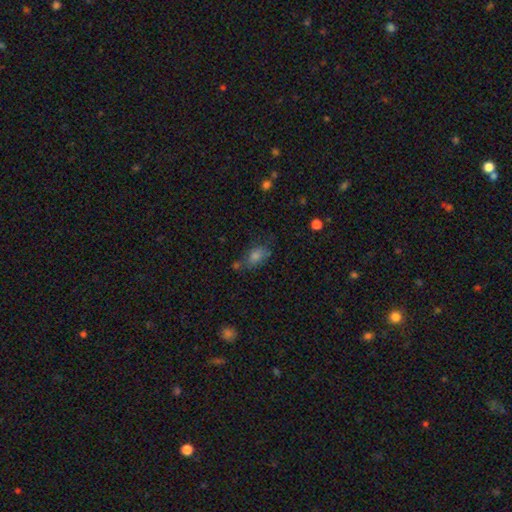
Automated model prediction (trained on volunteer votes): Smooth or featured? smooth (67%)
How rounded? in between (77%)
Merging? none (61%)